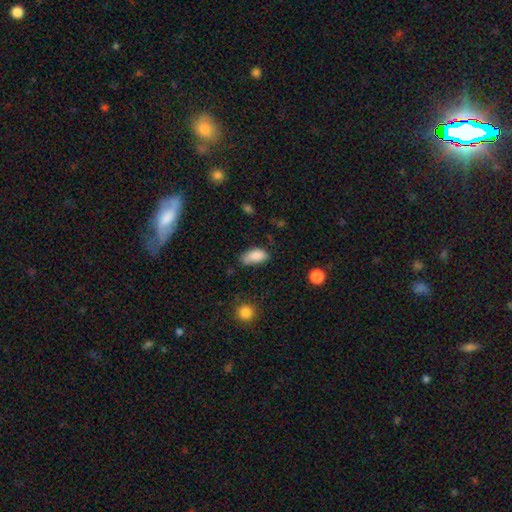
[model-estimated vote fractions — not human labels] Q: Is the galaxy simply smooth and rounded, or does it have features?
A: smooth — 85%.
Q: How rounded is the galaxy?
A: in between — 91%.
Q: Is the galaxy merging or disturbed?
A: none — 56%.